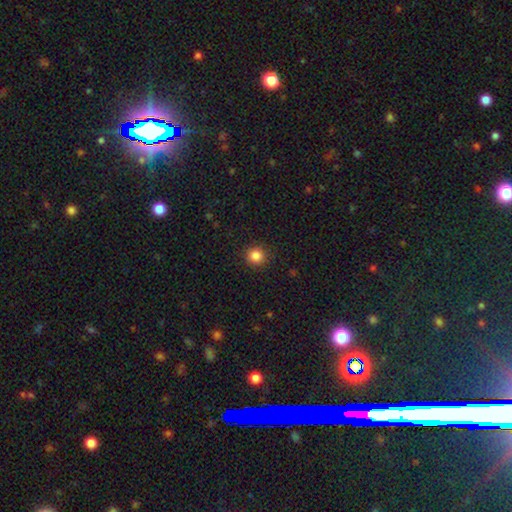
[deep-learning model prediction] Smooth or featured: smooth — 85% (star or artifact — 11%)
How rounded: round — 93% (in between — 6%)
Merging: none — 91% (minor disturbance — 6%)